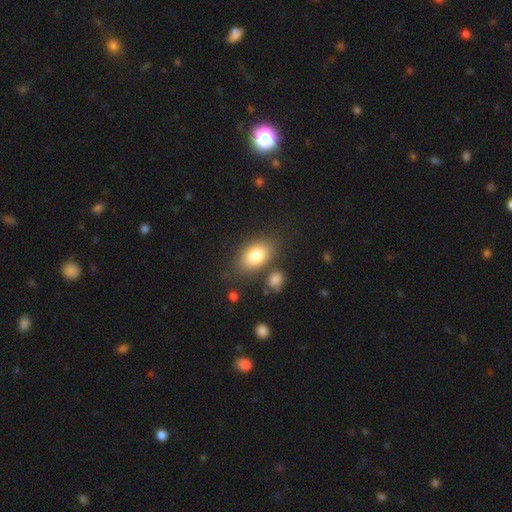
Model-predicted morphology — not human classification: Smooth or featured? smooth (81%)
How rounded? in between (88%)
Merging? none (75%)